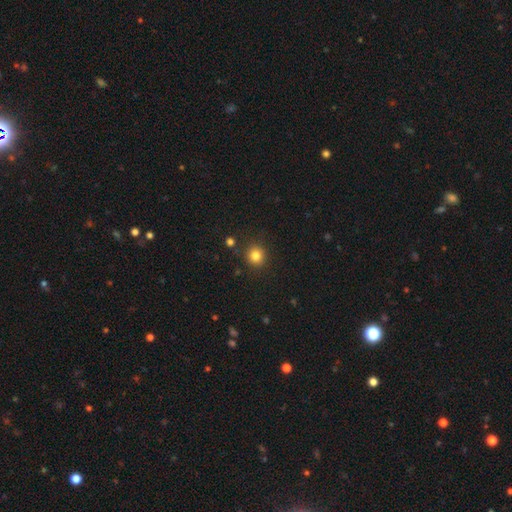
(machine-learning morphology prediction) smooth-or-featured: smooth: 82% | star or artifact: 13% | featured or disk: 5%
  how-rounded: round: 91% | in between: 8% | cigar-shaped: 1%
  merging: none: 89% | minor disturbance: 6% | merger: 3% | major disturbance: 2%